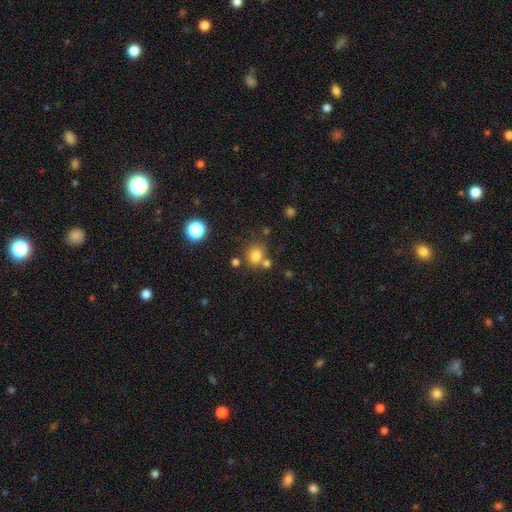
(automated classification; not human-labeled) smooth_or_featured: smooth (p=0.77) [alt: star or artifact p=0.16]
how_rounded: round (p=0.73) [alt: in between p=0.26]
merging: none (p=0.68) [alt: merger p=0.17]